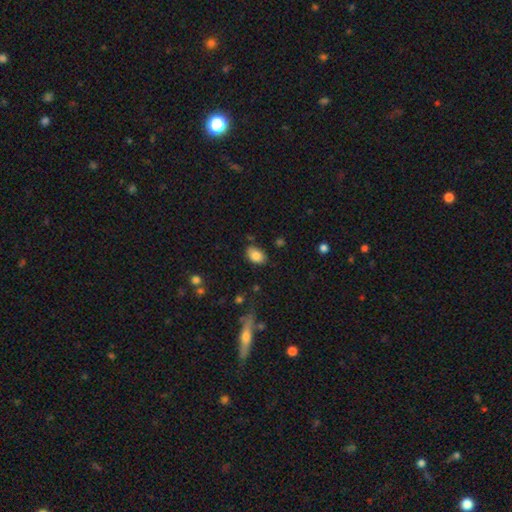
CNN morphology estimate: A smooth galaxy with no disk features (85%) that is in between round and cigar-shaped (87%).

Vote fractions:
- Smooth or featured? smooth: 85% / star or artifact: 8% / featured or disk: 7%
- How rounded? in between: 87% / round: 12% / cigar-shaped: 1%
- Merging? none: 79% / minor disturbance: 16% / major disturbance: 3% / merger: 3%